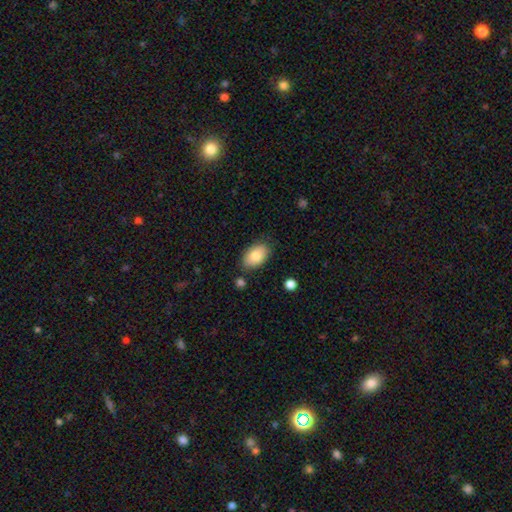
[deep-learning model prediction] A smooth galaxy with no disk features (83%) that is in between round and cigar-shaped (93%).

Vote fractions:
- Smooth or featured? smooth: 83% / featured or disk: 10% / star or artifact: 7%
- How rounded? in between: 93% / round: 6% / cigar-shaped: 1%
- Merging? none: 79% / minor disturbance: 15% / merger: 3% / major disturbance: 3%